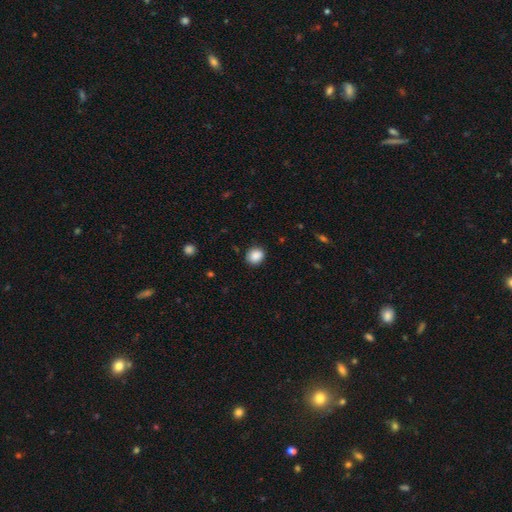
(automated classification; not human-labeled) Overall: smooth (88%). How rounded: round (67%; in between 33%). Merging: none (87%).